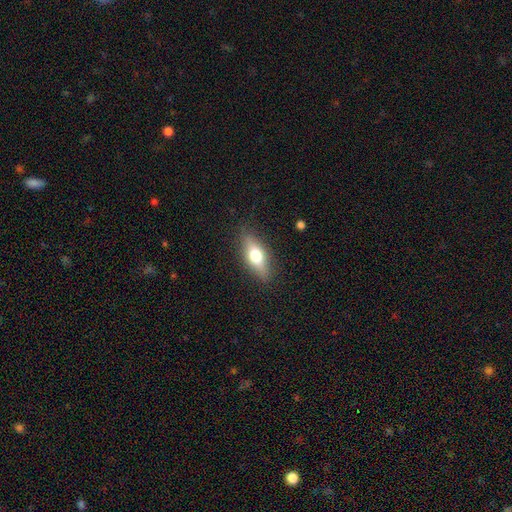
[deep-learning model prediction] Overall: smooth (57%; featured or disk 35%). How rounded: in between (66%; cigar-shaped 28%). Merging: none (86%).